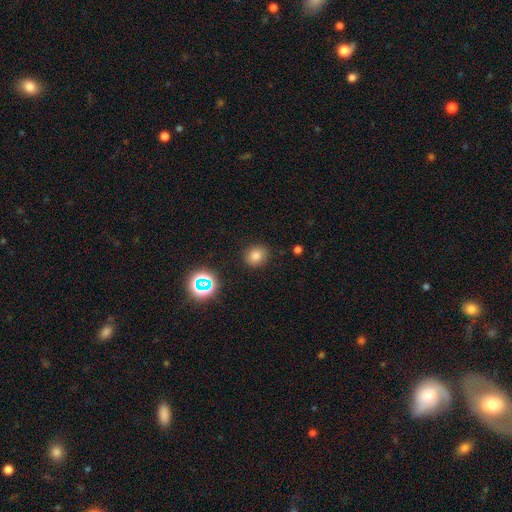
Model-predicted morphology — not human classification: Smooth or featured? smooth (76%)
How rounded? round (67%)
Merging? none (87%)